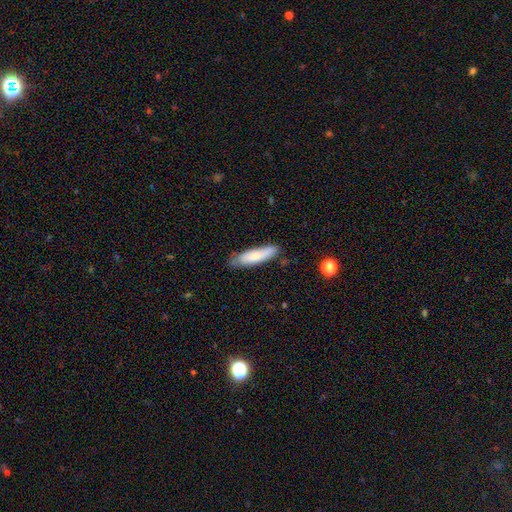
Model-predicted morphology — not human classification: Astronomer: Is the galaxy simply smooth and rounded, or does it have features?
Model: smooth — 71%.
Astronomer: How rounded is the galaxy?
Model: cigar-shaped — 65%.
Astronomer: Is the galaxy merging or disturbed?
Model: none — 71%.